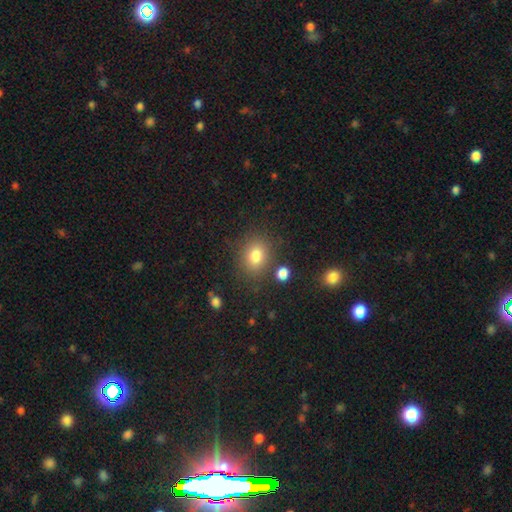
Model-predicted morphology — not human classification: smooth 80%, star or artifact 12%, featured or disk 8%. Down the decision tree: how rounded — round (52%); merging — none (79%).